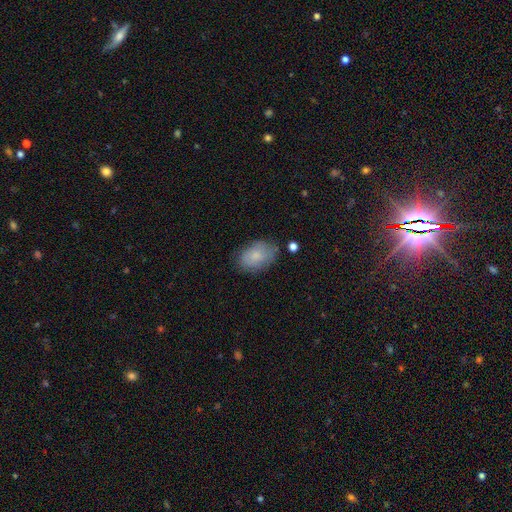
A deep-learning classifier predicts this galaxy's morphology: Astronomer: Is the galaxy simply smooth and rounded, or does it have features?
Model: smooth — 78%.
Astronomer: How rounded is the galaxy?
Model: in between — 87%.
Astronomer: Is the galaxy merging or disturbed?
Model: none — 73%.